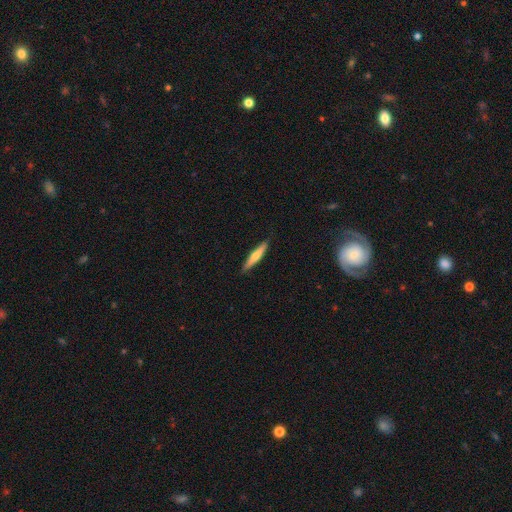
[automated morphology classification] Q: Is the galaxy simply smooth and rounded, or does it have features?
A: smooth — 57%.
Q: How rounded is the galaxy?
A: cigar-shaped — 90%.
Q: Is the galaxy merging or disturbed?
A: none — 89%.